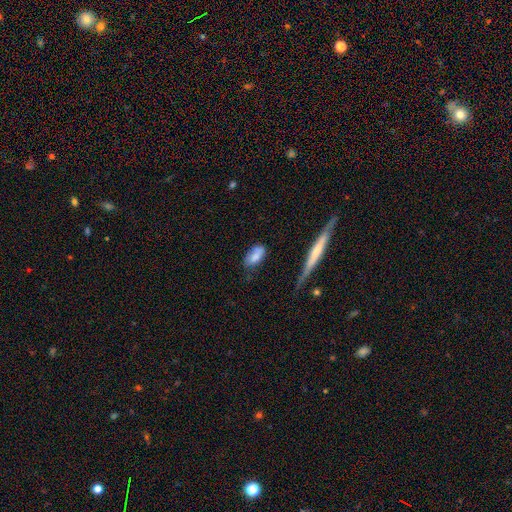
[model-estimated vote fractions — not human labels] Smooth or featured?
  - smooth: 75% *
  - featured or disk: 17%
  - star or artifact: 8%
How rounded?
  - in between: 87% *
  - cigar-shaped: 8%
  - round: 5%
Merging?
  - none: 45% *
  - minor disturbance: 33%
  - major disturbance: 14%
  - merger: 8%